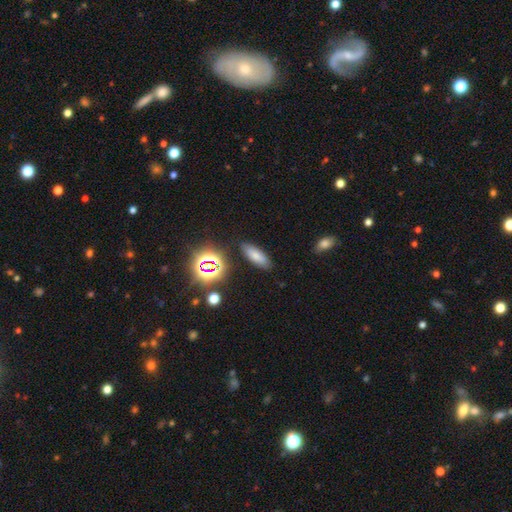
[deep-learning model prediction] Morphology: type=smooth (73%); roundness=in between (66%); merging=none (86%).